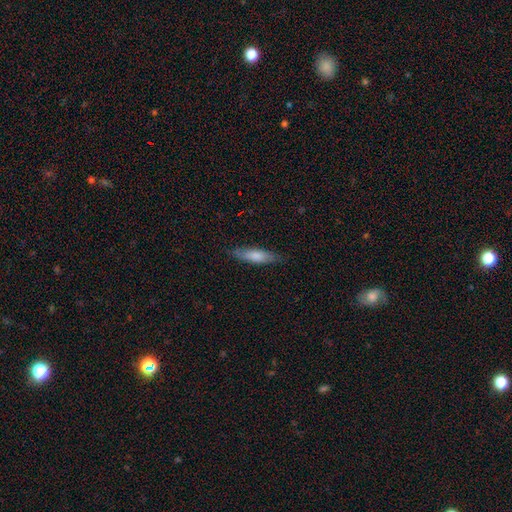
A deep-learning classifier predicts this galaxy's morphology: This appears to be a smooth galaxy with no disk features (73%) that is cigar-shaped (66%). Merging: none (83%).